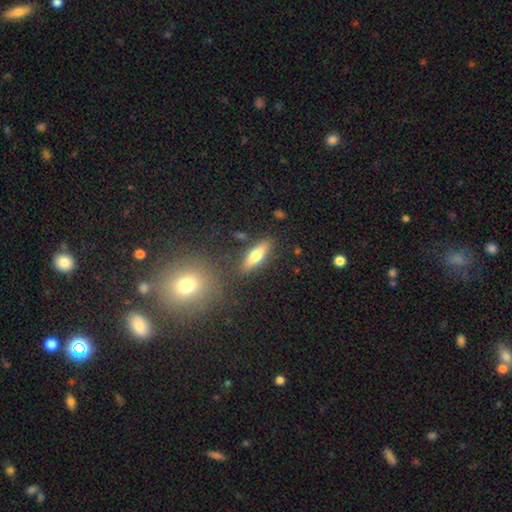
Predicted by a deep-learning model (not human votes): Smooth or featured: smooth — 60% (featured or disk — 33%)
How rounded: cigar-shaped — 55% (in between — 42%)
Merging: none — 82% (minor disturbance — 10%)